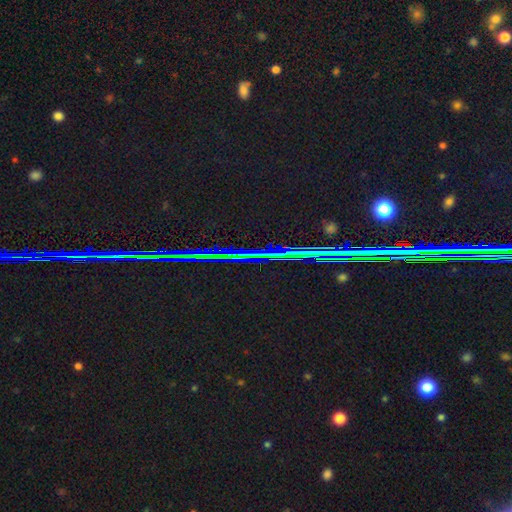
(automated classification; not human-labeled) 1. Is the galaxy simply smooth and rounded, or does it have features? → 84% star or artifact, 9% featured or disk, 7% smooth.